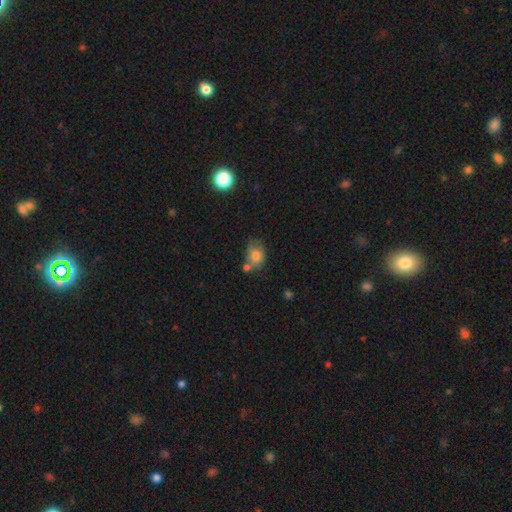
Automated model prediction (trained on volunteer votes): smooth_or_featured: smooth (p=0.76) [alt: featured or disk p=0.14]
how_rounded: in between (p=0.62) [alt: round p=0.37]
merging: none (p=0.41) [alt: minor disturbance p=0.25]